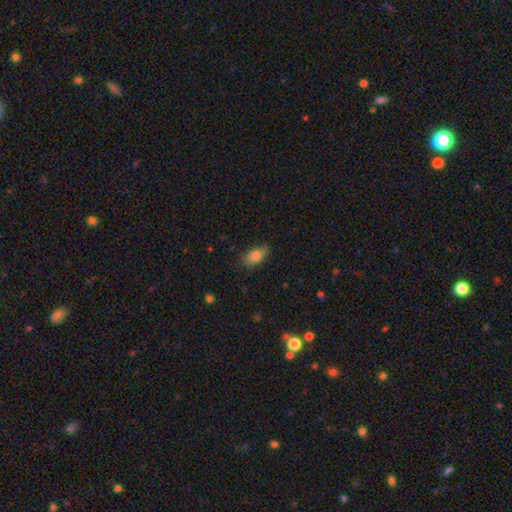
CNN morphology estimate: The model was most divided on "merging": none: 76%, minor disturbance: 18%, major disturbance: 5%, merger: 1%. More confident: how rounded — in between (86%); smooth or featured — smooth (80%).